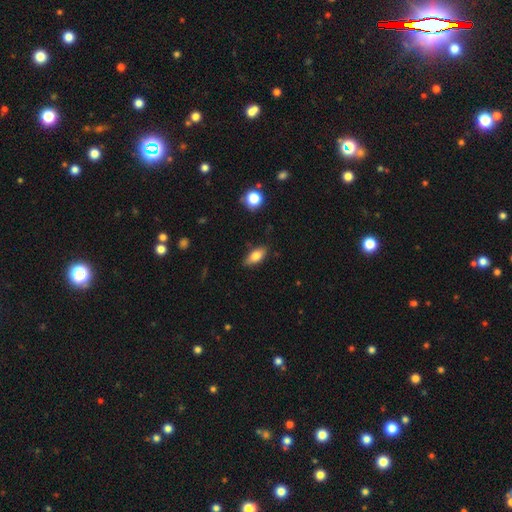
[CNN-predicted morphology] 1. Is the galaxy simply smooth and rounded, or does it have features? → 77% smooth, 15% featured or disk, 8% star or artifact.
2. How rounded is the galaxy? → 85% in between, 10% cigar-shaped, 5% round.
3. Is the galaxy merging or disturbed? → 83% none, 13% minor disturbance, 2% major disturbance, 2% merger.